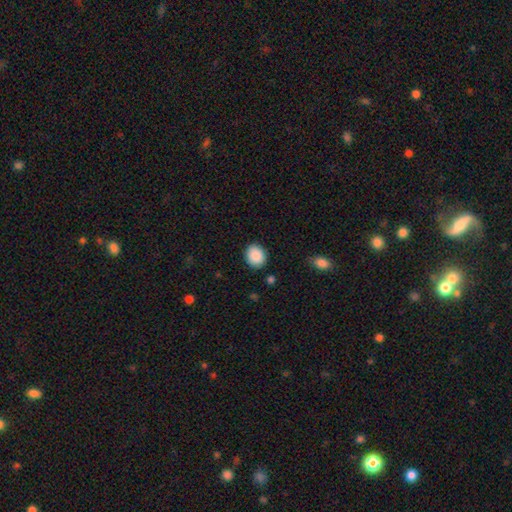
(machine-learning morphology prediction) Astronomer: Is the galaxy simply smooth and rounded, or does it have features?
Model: smooth — 89%.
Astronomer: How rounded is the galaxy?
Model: round — 57% (runner-up: in between, 42%).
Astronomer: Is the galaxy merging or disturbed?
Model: none — 87%.